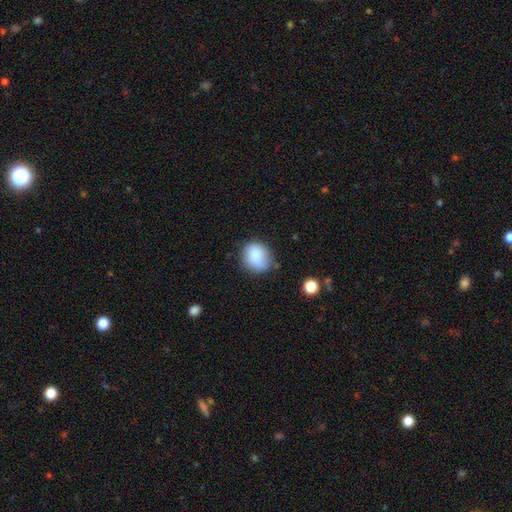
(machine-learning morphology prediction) Overall: smooth (83%). How rounded: round (72%). Merging: none (65%).